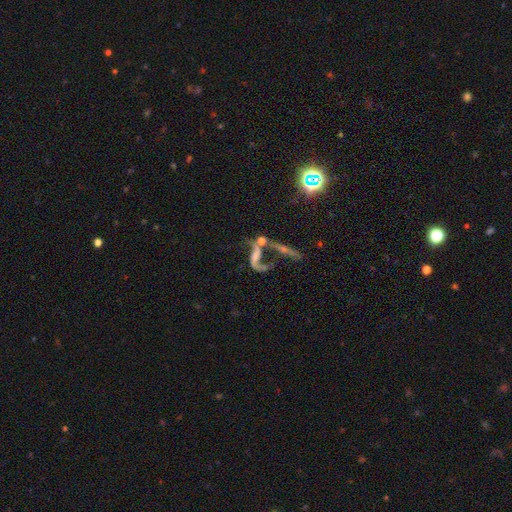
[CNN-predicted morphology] smooth_or_featured: featured or disk (p=0.71) [alt: smooth p=0.17]
disk_edge_on: no (p=0.89) [alt: yes p=0.11]
bar: no (p=0.55) [alt: weak p=0.29]
has_spiral_arms: yes (p=0.77) [alt: no p=0.23]
bulge_size: none (p=0.36) [alt: small p=0.33]
merging: merger (p=0.46) [alt: none p=0.23]